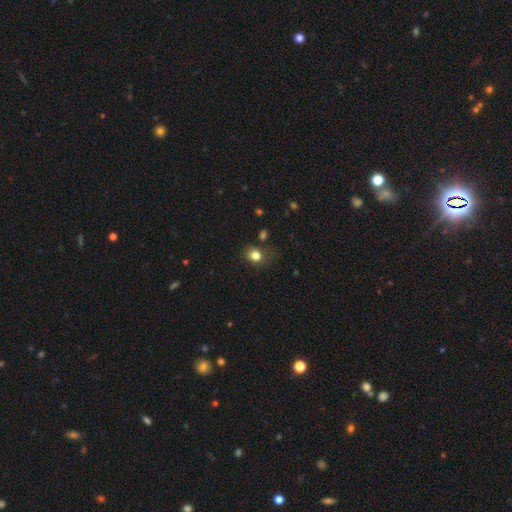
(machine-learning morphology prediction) smooth_or_featured: smooth (p=0.80) [alt: star or artifact p=0.12]
how_rounded: round (p=0.60) [alt: in between p=0.39]
merging: none (p=0.67) [alt: minor disturbance p=0.21]